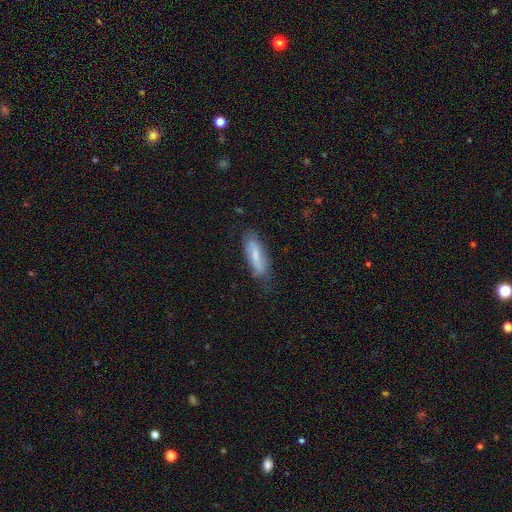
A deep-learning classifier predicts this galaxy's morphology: This appears to be a smooth galaxy with no disk features (62%) that is in between round and cigar-shaped (52%). Merging: none (66%).